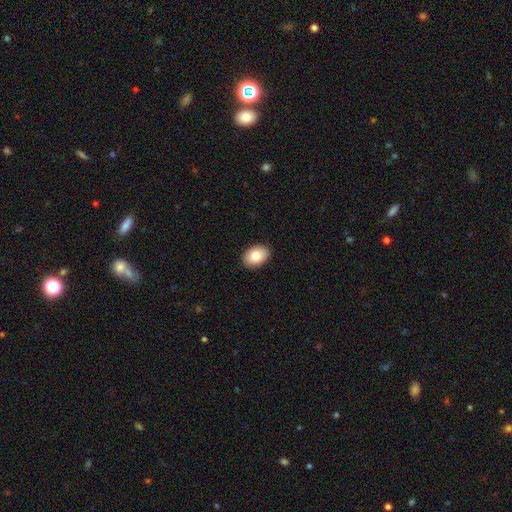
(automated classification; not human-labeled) This appears to be a smooth galaxy with no disk features (81%) that is in between round and cigar-shaped (79%). Merging: none (90%).